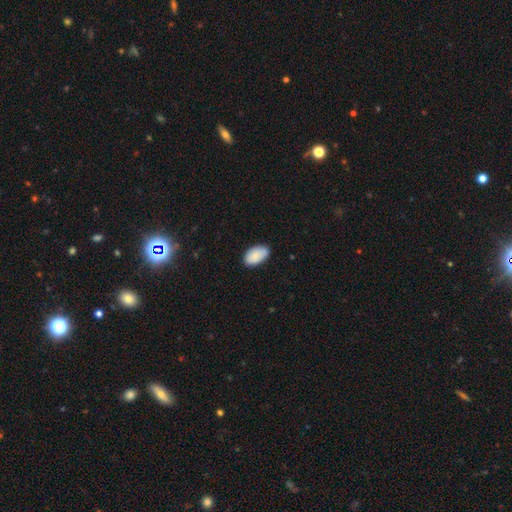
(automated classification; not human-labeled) Q: Smooth or featured?
A: smooth (88%); runner-up: star or artifact (6%)
Q: How rounded?
A: in between (94%); runner-up: round (4%)
Q: Merging?
A: none (82%); runner-up: minor disturbance (15%)